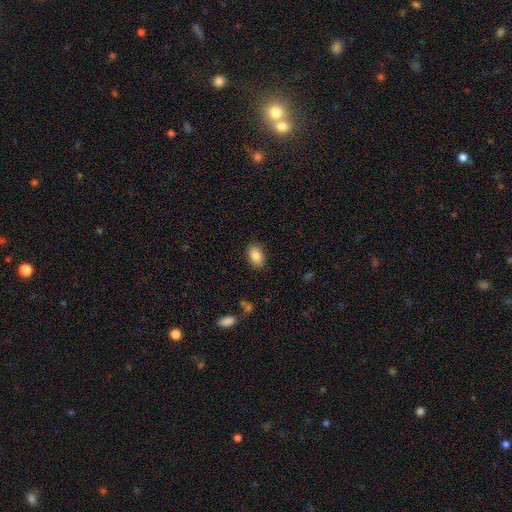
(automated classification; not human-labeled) The model was most divided on "merging": none: 87%, minor disturbance: 9%, major disturbance: 3%, merger: 1%. More confident: how rounded — in between (89%); smooth or featured — smooth (86%).